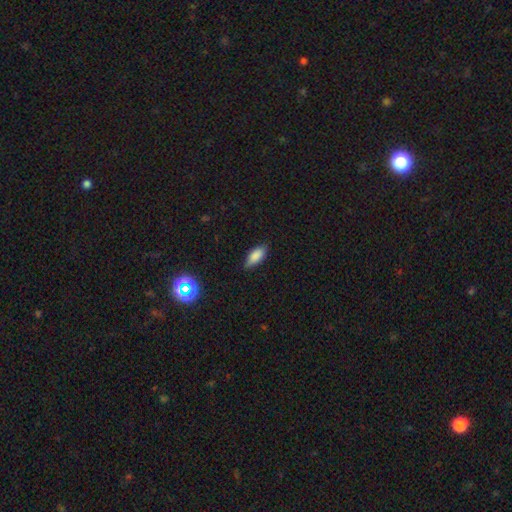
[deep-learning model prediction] Smooth or featured?
  - smooth: 82% *
  - featured or disk: 9%
  - star or artifact: 9%
How rounded?
  - in between: 80% *
  - cigar-shaped: 17%
  - round: 3%
Merging?
  - none: 78% *
  - minor disturbance: 18%
  - major disturbance: 3%
  - merger: 1%